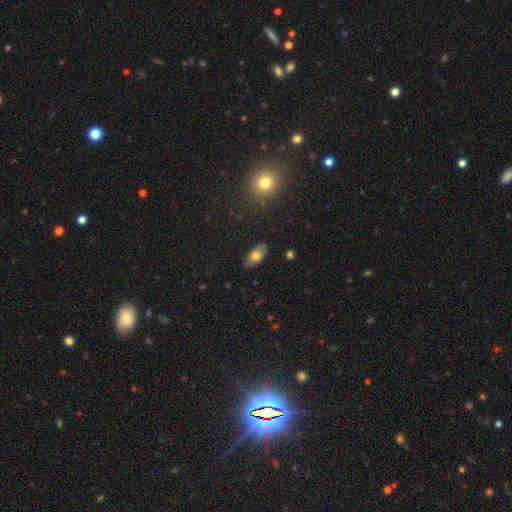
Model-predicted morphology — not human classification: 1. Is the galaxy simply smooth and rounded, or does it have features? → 73% smooth, 19% featured or disk, 8% star or artifact.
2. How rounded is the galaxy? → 89% in between, 7% cigar-shaped, 4% round.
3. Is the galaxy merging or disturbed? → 86% none, 11% minor disturbance, 2% major disturbance, 1% merger.